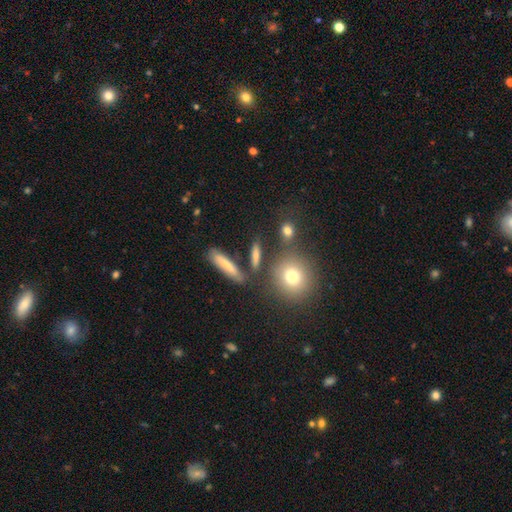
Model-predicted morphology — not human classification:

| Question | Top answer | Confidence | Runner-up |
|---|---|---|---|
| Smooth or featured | smooth | 69% | featured or disk (17%) |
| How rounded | cigar-shaped | 48% | in between (28%) |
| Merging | none | 75% | minor disturbance (11%) |